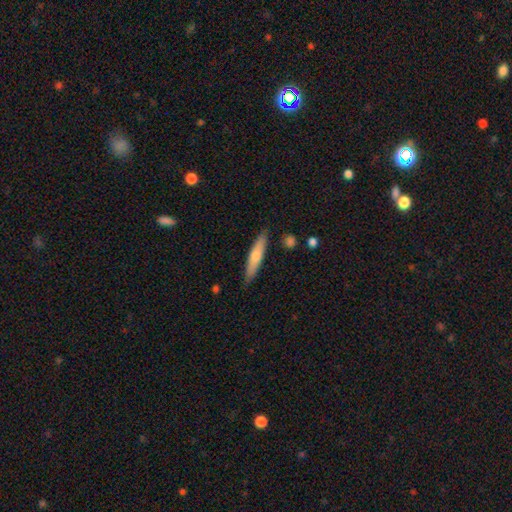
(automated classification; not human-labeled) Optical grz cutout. It shows a smooth galaxy with no disk features (53%) that is cigar-shaped (88%). Merging: none (88%).